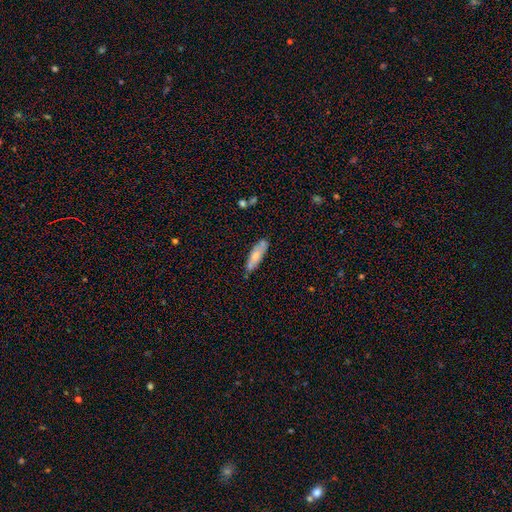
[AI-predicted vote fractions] Overall: smooth (65%; featured or disk 29%). How rounded: cigar-shaped (56%; in between 42%). Merging: none (74%).